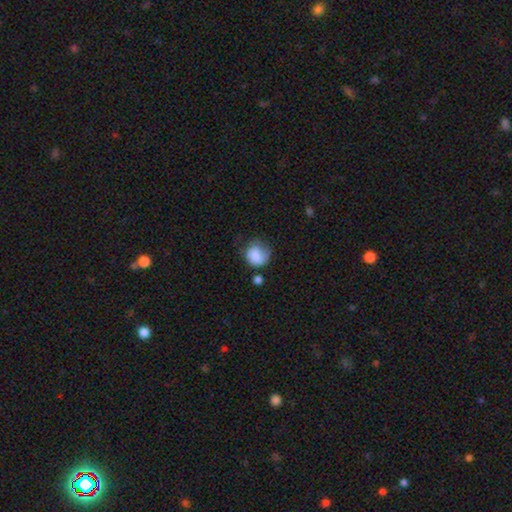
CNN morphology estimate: The model was most divided on "merging": none: 42%, minor disturbance: 31%, major disturbance: 22%, merger: 5%. More confident: smooth or featured — smooth (78%); how rounded — round (74%).